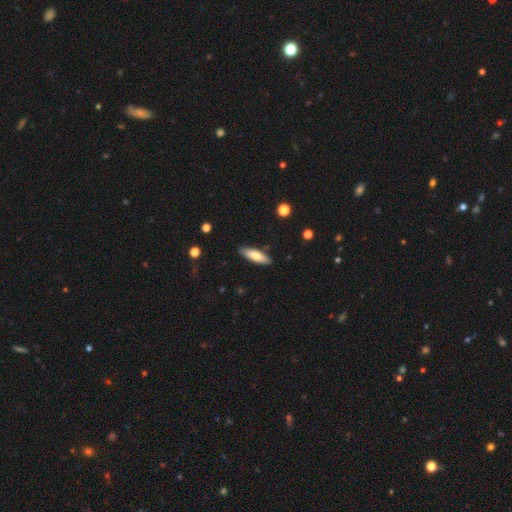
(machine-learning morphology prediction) This appears to be a smooth galaxy with no disk features (70%) that is cigar-shaped (53%). Merging: none (86%).